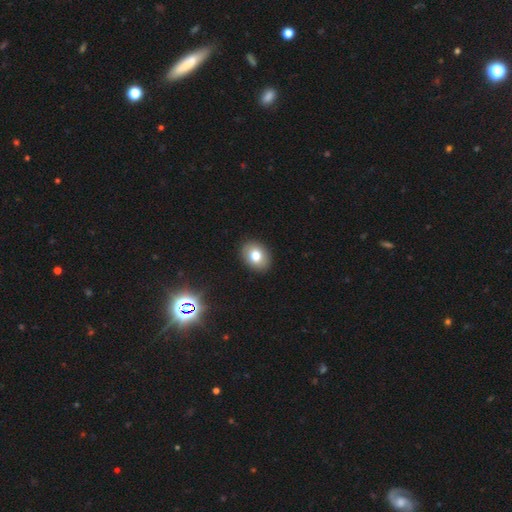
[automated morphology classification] A smooth galaxy with no disk features (77%) that is in between round and cigar-shaped (63%).

Vote fractions:
- Smooth or featured? smooth: 77% / featured or disk: 12% / star or artifact: 10%
- How rounded? in between: 63% / round: 36% / cigar-shaped: 1%
- Merging? none: 91% / minor disturbance: 7% / major disturbance: 2% / merger: 1%